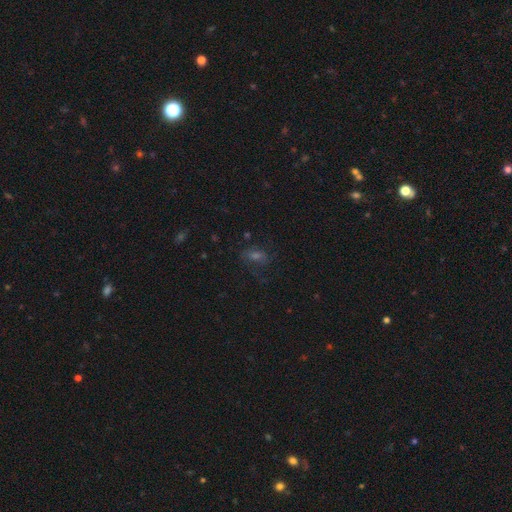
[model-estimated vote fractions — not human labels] smooth 36%, star or artifact 33%, featured or disk 31%. Down the decision tree: merging — none (66%).